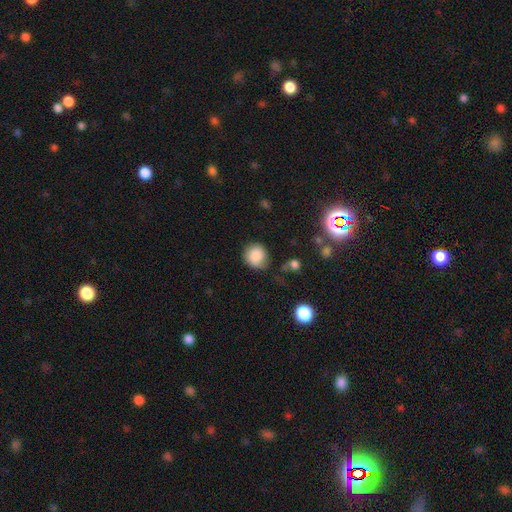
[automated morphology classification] This appears to be a smooth galaxy with no disk features (85%) that is round (86%). Merging: none (67%).